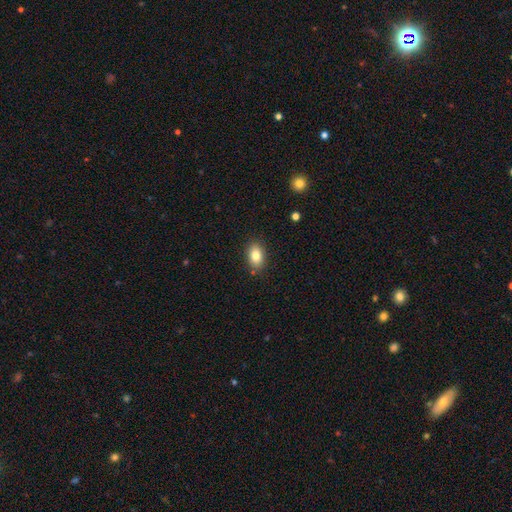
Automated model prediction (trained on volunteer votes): Overall: smooth (83%). How rounded: in between (86%). Merging: none (86%).